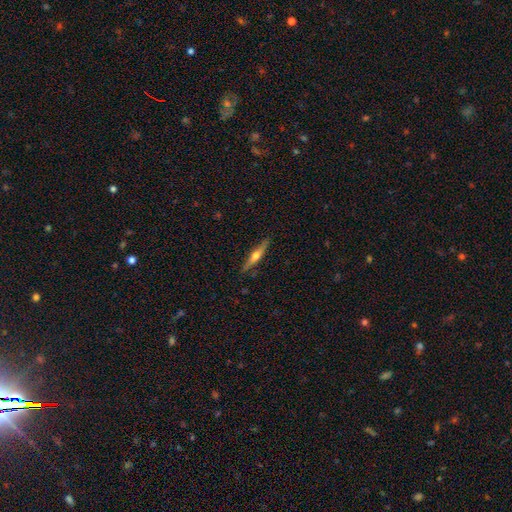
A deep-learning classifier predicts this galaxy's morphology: Smooth or featured? Predicted: featured or disk (p=0.64). Edge-on disk? Predicted: yes (p=0.96). Edge-on bulge? Predicted: rounded (p=0.92). Merging? Predicted: none (p=0.88).